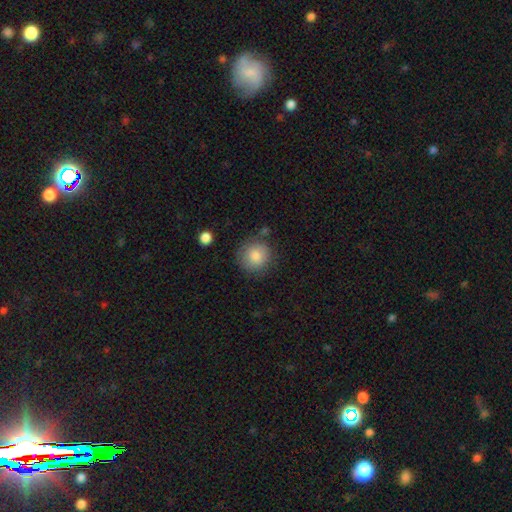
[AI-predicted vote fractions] Smooth or featured: smooth — 84% (featured or disk — 8%)
How rounded: round — 92% (in between — 8%)
Merging: none — 79% (minor disturbance — 14%)